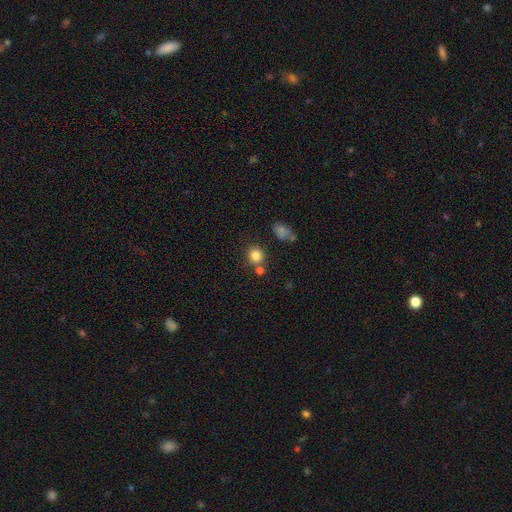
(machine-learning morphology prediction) Smooth or featured? Predicted: smooth (p=0.82). How rounded? Predicted: round (p=0.84). Merging? Predicted: none (p=0.67).